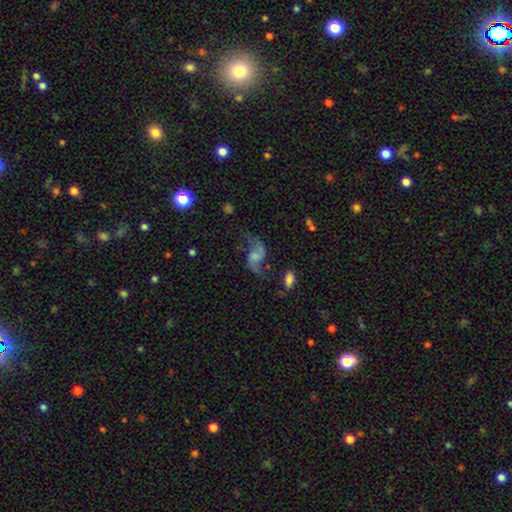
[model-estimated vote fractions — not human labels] smooth-or-featured: featured or disk: 77% | smooth: 15% | star or artifact: 8%
  disk-edge-on: no: 97% | yes: 3%
    bar: no: 57% | weak: 35% | strong: 8%
    has-spiral-arms: yes: 92% | no: 8%
      spiral-winding: loose: 86% | medium: 11% | tight: 3%
      spiral-arm-count: 2: 92% | 1: 3% | can't tell: 2% | 3: 1% | 4: 1% | more than 4: 1%
    bulge-size: small: 37% | moderate: 29% | none: 25% | large: 7% | dominant: 2%
  merging: none: 58% | minor disturbance: 20% | major disturbance: 17% | merger: 5%